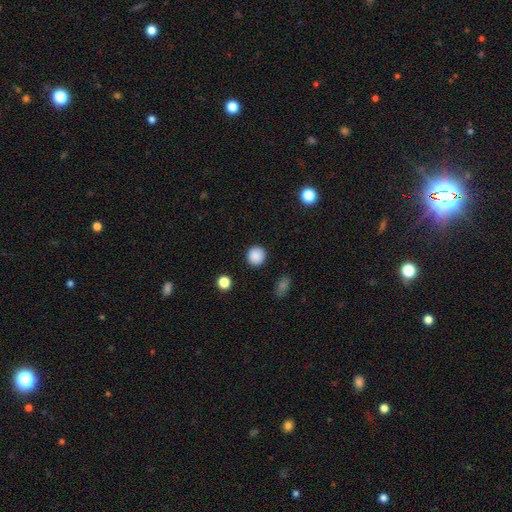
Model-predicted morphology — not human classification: Q: Smooth or featured?
A: smooth (88%); runner-up: star or artifact (9%)
Q: How rounded?
A: round (91%); runner-up: in between (8%)
Q: Merging?
A: none (91%); runner-up: minor disturbance (5%)